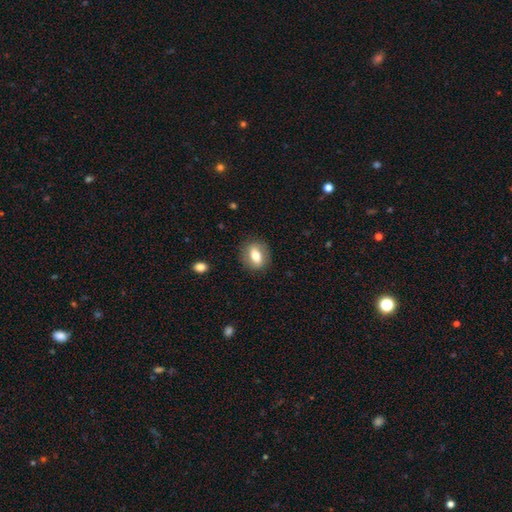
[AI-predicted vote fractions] Q: Smooth or featured?
A: smooth (65%); runner-up: featured or disk (27%)
Q: How rounded?
A: in between (61%); runner-up: round (36%)
Q: Merging?
A: none (84%); runner-up: minor disturbance (11%)